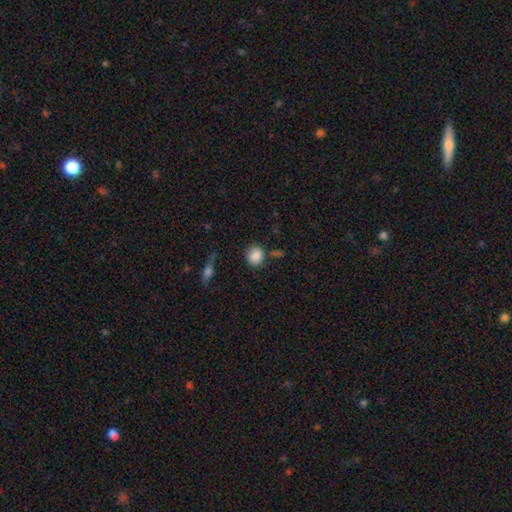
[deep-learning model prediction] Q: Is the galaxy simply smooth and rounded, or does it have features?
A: smooth — 86%.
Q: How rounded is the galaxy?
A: round — 77%.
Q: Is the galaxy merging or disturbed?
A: none — 76%.